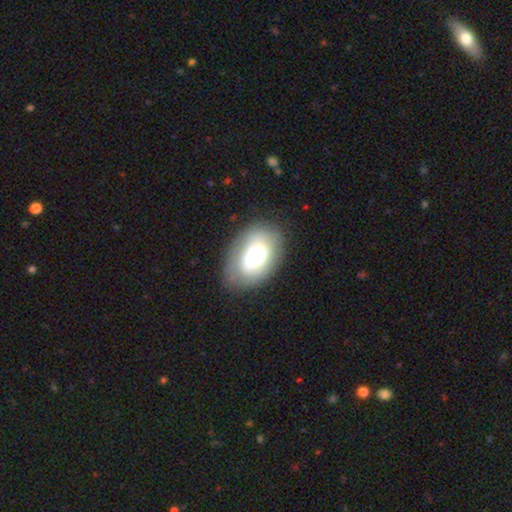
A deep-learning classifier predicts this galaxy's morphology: A smooth galaxy with no disk features (64%) that is in between round and cigar-shaped (85%). Merging: none (74%).